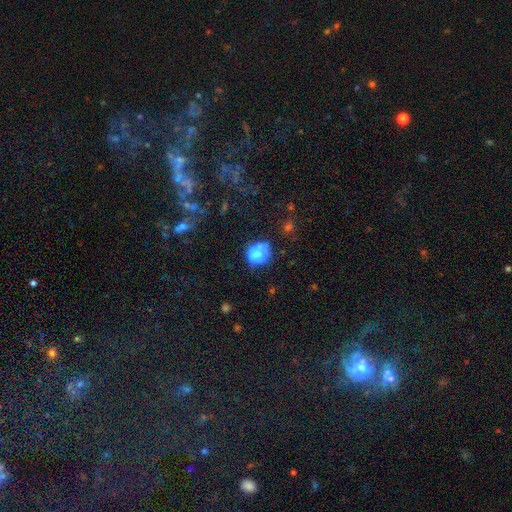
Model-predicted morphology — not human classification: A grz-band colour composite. It shows a smooth galaxy with no disk features (68%) that is round (67%). Merging: none (40%).